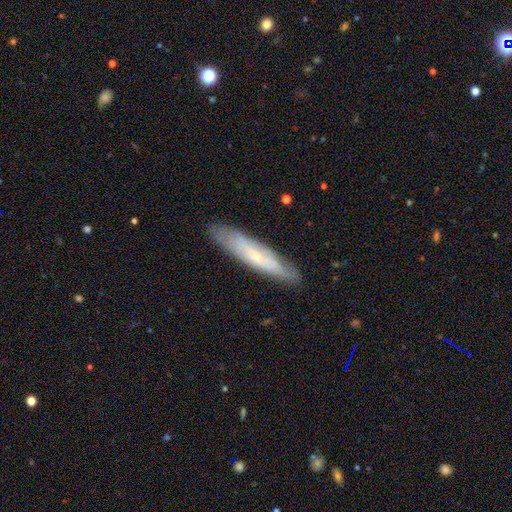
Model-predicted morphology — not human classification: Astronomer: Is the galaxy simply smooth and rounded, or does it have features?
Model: featured or disk — 51% (runner-up: smooth, 42%).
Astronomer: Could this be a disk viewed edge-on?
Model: yes — 60% (runner-up: no, 40%).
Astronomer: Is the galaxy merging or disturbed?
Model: none — 84%.